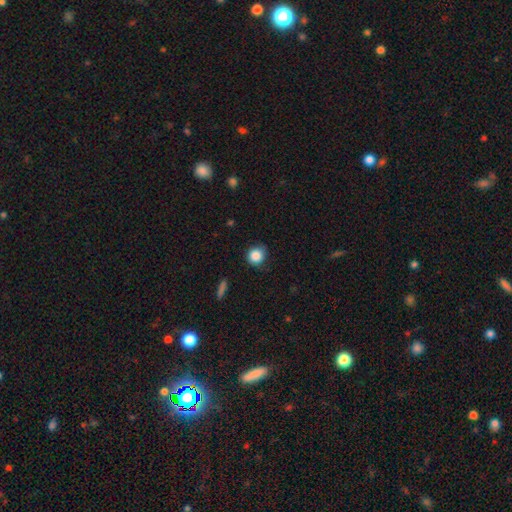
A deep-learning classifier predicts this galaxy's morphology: This is clearly a smooth galaxy (87%). How rounded: clearly round (90%). Merging: likely none (73%).